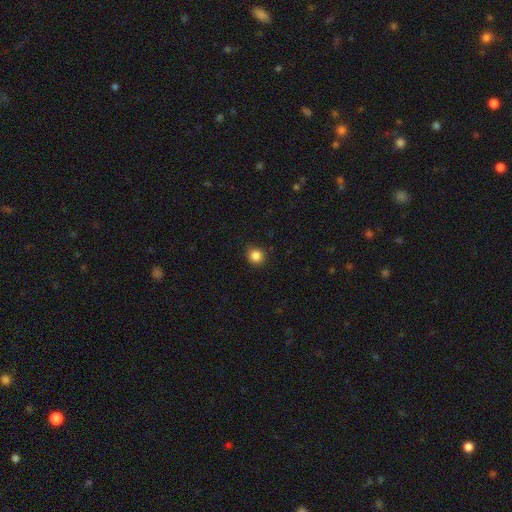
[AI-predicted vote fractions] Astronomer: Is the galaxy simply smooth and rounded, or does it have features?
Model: smooth — 86%.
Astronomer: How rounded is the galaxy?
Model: round — 92%.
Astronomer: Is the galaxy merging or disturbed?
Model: none — 89%.